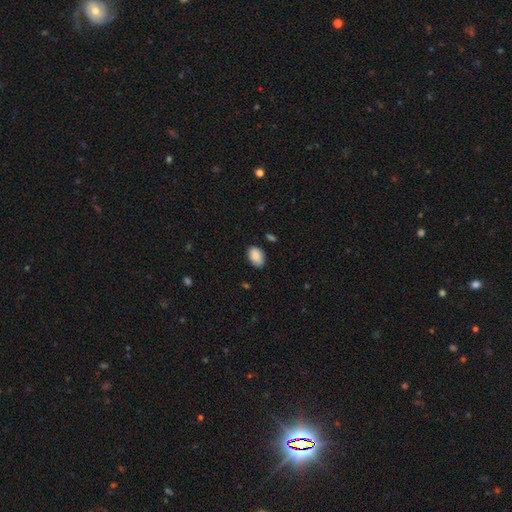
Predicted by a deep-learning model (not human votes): smooth-or-featured: smooth: 87% | star or artifact: 7% | featured or disk: 6%
  how-rounded: in between: 87% | round: 12% | cigar-shaped: 1%
  merging: none: 74% | minor disturbance: 21% | major disturbance: 3% | merger: 2%